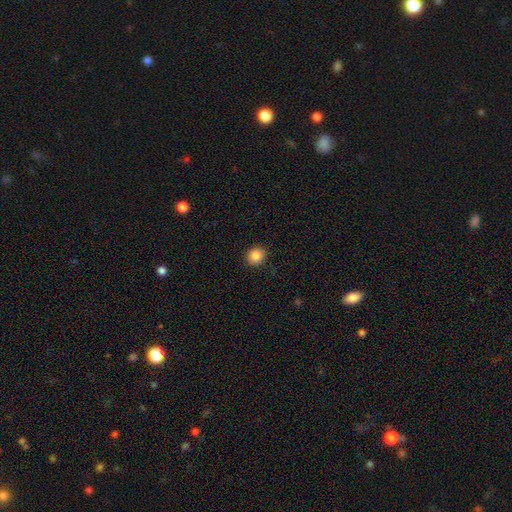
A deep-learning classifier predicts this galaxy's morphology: smooth_or_featured: smooth (p=0.87) [alt: star or artifact p=0.10]
how_rounded: round (p=0.80) [alt: in between p=0.19]
merging: none (p=0.89) [alt: minor disturbance p=0.08]